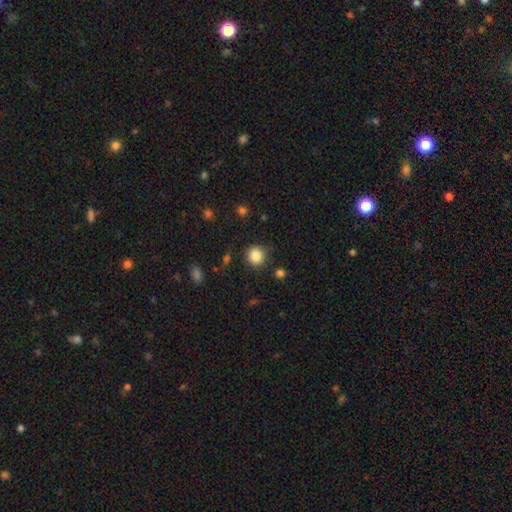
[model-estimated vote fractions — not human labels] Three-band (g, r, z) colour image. It shows a smooth galaxy with no disk features (86%) that is round (90%). Merging: none (86%).